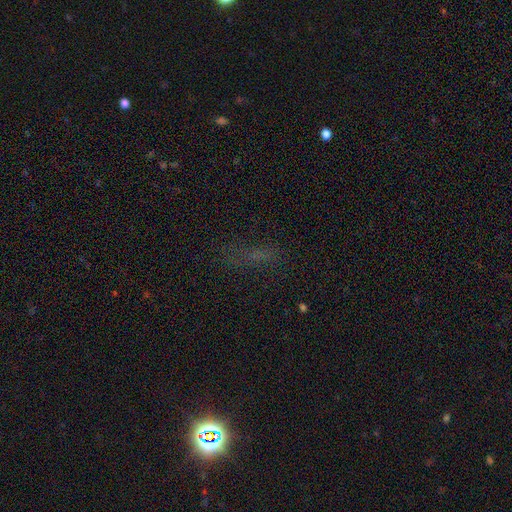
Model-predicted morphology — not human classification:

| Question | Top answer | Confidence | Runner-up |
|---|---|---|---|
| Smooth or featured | star or artifact | 43% | smooth (38%) |